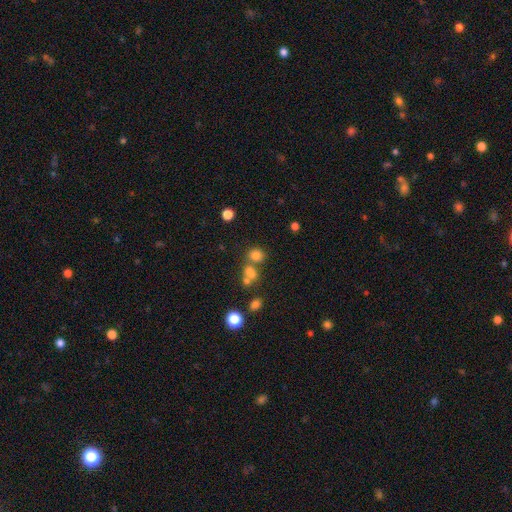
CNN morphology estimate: Q: Smooth or featured?
A: smooth (75%); runner-up: star or artifact (17%)
Q: How rounded?
A: round (72%); runner-up: in between (27%)
Q: Merging?
A: none (56%); runner-up: merger (30%)